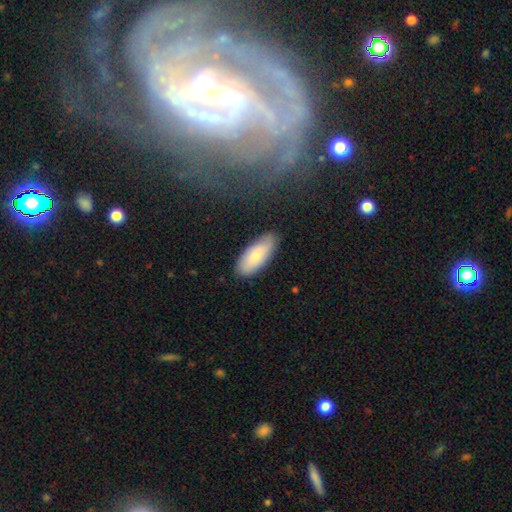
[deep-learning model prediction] A smooth galaxy with no disk features (75%) that is in between round and cigar-shaped (80%). Merging: none (82%).